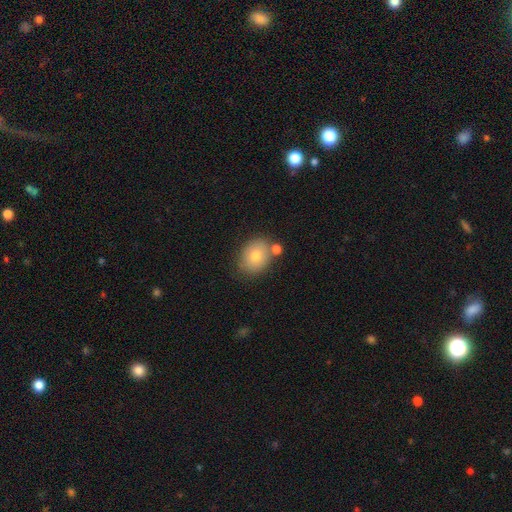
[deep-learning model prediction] This appears to be a smooth galaxy with no disk features (77%) that is round (50%). Merging: none (72%).